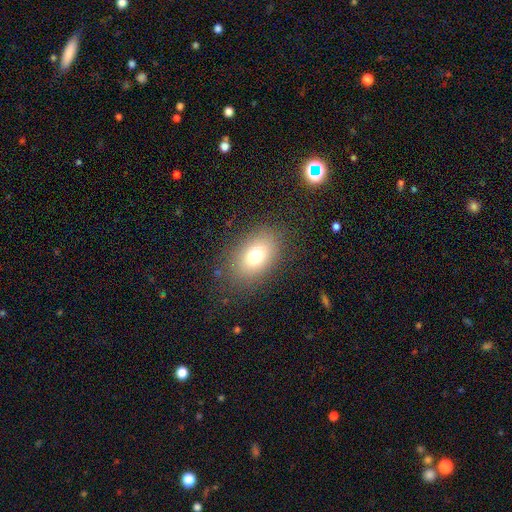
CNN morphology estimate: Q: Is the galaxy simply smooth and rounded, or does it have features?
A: smooth — 75%.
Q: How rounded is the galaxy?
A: in between — 80%.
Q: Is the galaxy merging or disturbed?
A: none — 82%.